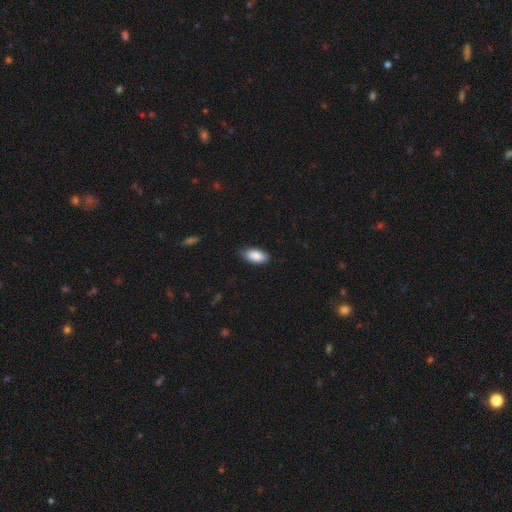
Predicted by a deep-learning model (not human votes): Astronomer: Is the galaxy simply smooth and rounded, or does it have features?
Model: smooth — 87%.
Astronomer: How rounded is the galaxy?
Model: in between — 92%.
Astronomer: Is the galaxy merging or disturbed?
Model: none — 79%.